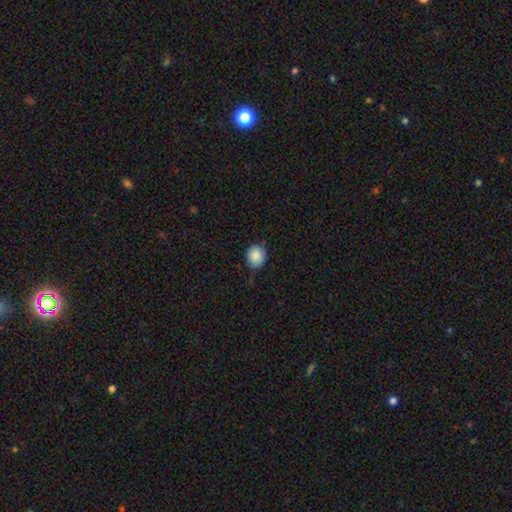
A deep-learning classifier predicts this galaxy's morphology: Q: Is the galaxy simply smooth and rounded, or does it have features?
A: smooth — 89%.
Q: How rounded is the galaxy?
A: round — 79%.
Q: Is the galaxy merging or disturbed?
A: none — 79%.